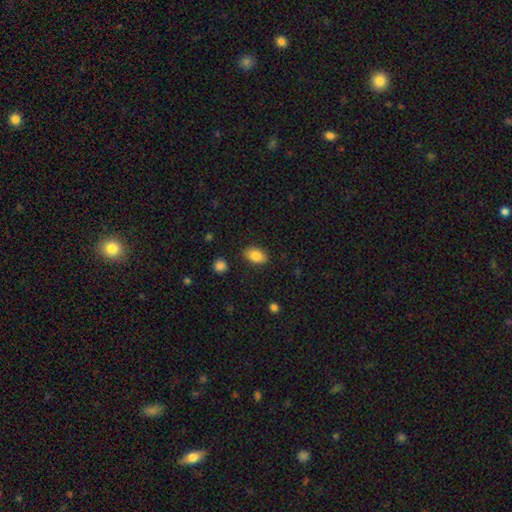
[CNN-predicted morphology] This is clearly a smooth galaxy (84%). How rounded: clearly in between (87%). Merging: clearly none (87%).